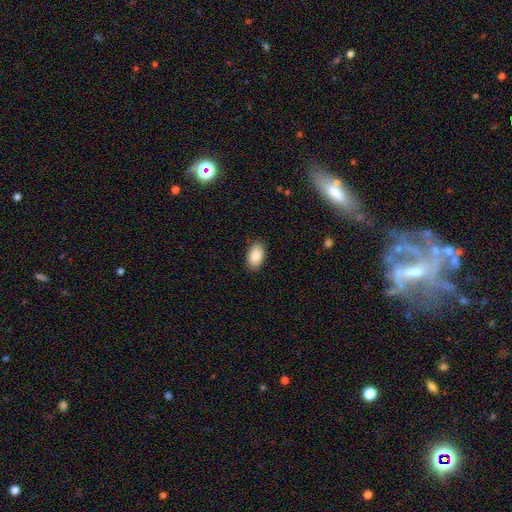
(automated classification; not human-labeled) smooth-or-featured: smooth: 89% | star or artifact: 7% | featured or disk: 4%
  how-rounded: in between: 94% | round: 5% | cigar-shaped: 1%
  merging: none: 87% | minor disturbance: 10% | major disturbance: 2% | merger: 1%